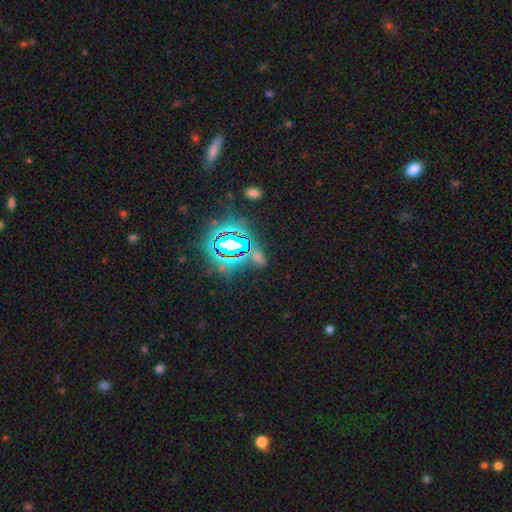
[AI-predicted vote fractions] star or artifact 61%, smooth 28%, featured or disk 10%.